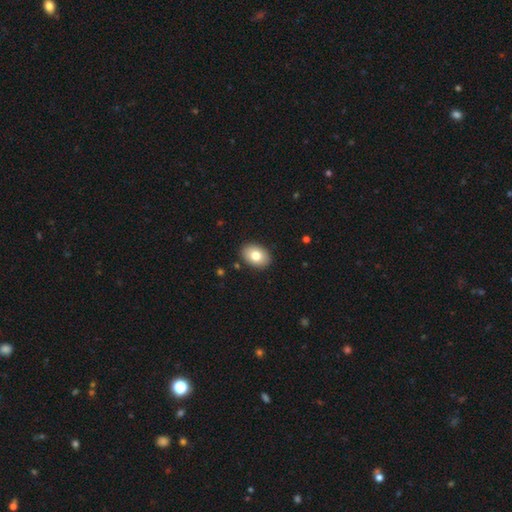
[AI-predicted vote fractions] This is likely a smooth galaxy (79%). How rounded: clearly in between (80%). Merging: clearly none (89%).